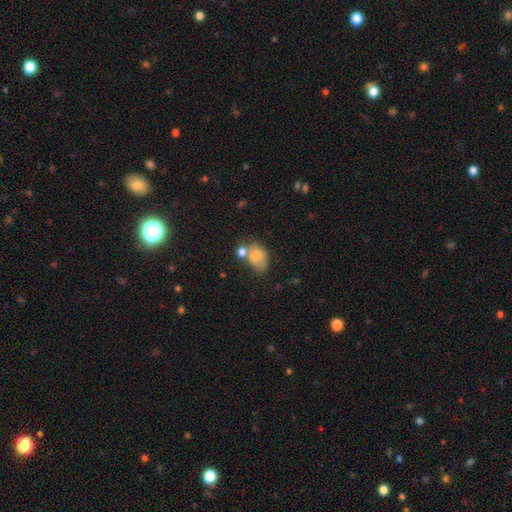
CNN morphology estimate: This appears to be a smooth galaxy with no disk features (75%) that is in between round and cigar-shaped (75%). Merging: merger (35%).